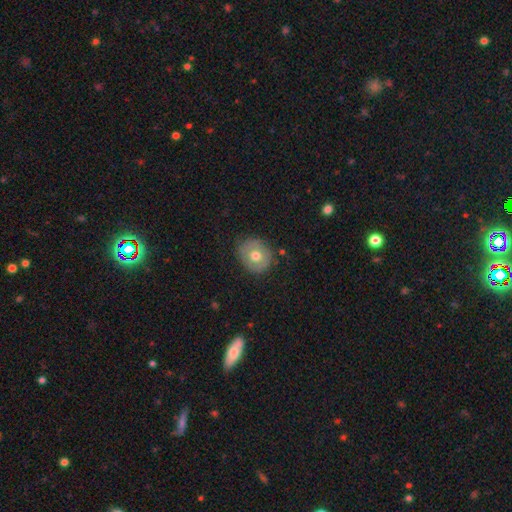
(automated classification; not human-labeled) Overall: smooth (64%; featured or disk 28%). How rounded: round (74%). Merging: none (81%).